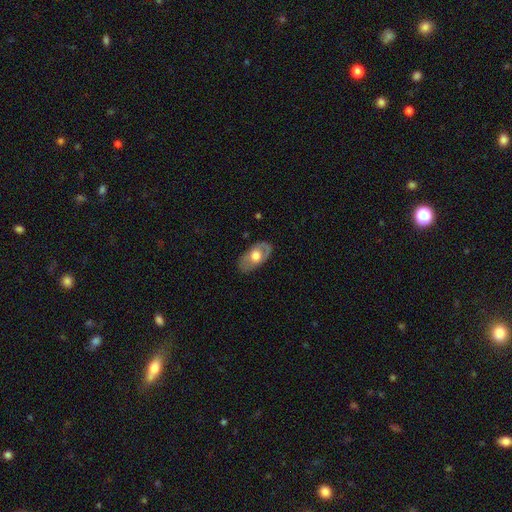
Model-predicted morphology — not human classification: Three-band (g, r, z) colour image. It shows a smooth galaxy with no disk features (49%). Merging: none (76%).